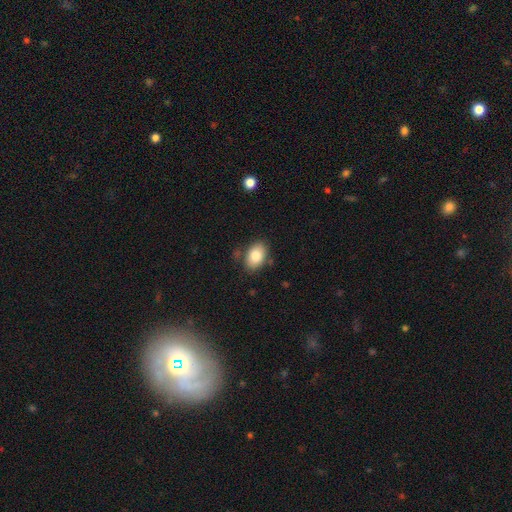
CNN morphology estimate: This appears to be a smooth galaxy with no disk features (81%) that is in between round and cigar-shaped (85%). Merging: none (79%).